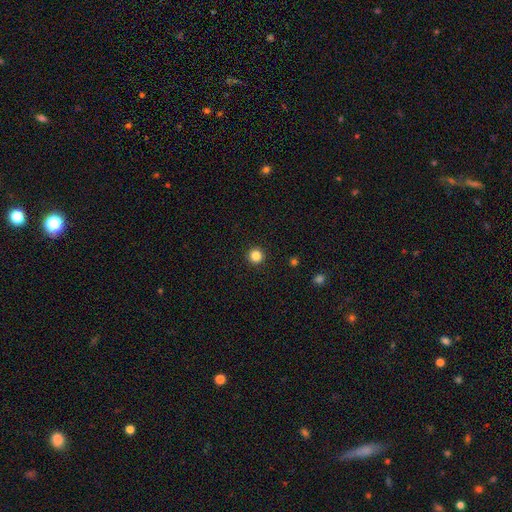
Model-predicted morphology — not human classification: smooth_or_featured: smooth (p=0.85) [alt: star or artifact p=0.11]
how_rounded: round (p=0.96) [alt: in between p=0.03]
merging: none (p=0.94) [alt: minor disturbance p=0.04]